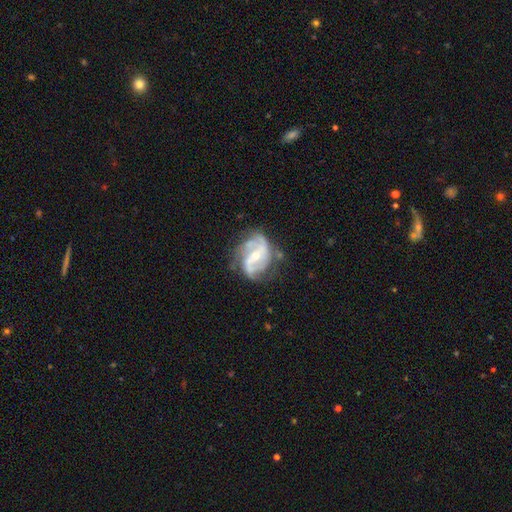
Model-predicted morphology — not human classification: Overall: featured or disk (86%). Edge-on disk: no (97%). Bar: weak (41%; strong 32%). Spiral arms: yes (94%). Spiral arm count: 2 (55%; 3 20%). Spiral winding: medium (47%; loose 27%). Bulge size: small (52%; moderate 45%). Merging: none (59%; minor disturbance 24%).